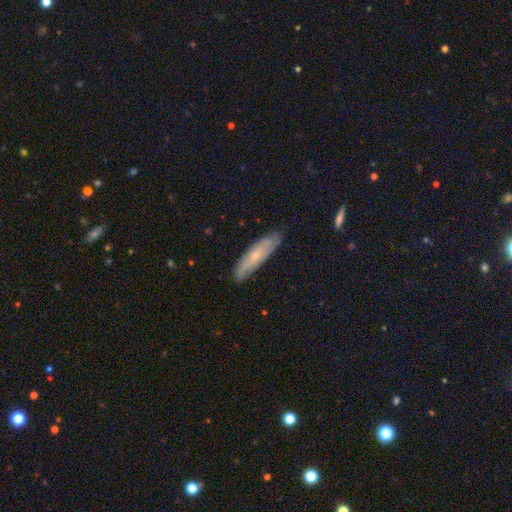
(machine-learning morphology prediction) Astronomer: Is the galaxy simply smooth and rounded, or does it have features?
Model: smooth — 51% (runner-up: featured or disk, 43%).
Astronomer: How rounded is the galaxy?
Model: cigar-shaped — 72%.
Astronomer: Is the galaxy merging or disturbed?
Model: none — 80%.